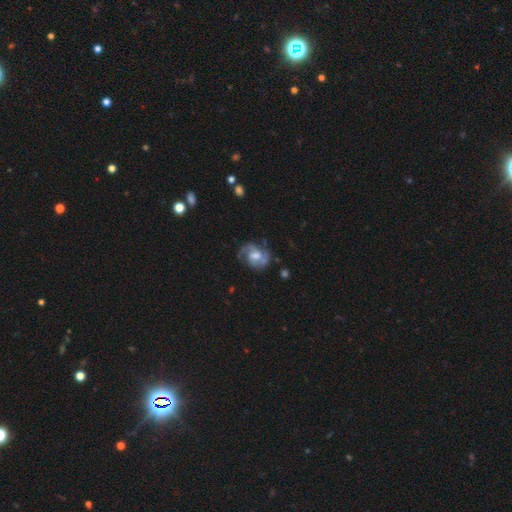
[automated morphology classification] Overall: featured or disk (74%). Edge-on disk: no (98%). Bar: no (48%; weak 43%). Spiral arms: yes (89%). Spiral arm count: 2 (63%). Spiral winding: medium (48%; tight 28%). Bulge size: moderate (52%; large 21%). Merging: none (60%; minor disturbance 22%).